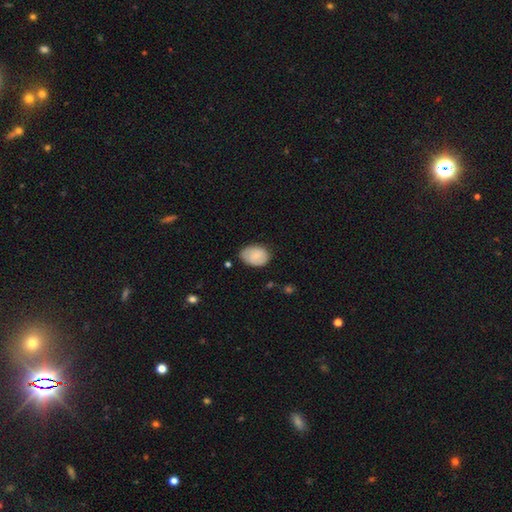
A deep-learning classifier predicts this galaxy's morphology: This is likely a smooth galaxy (75%). How rounded: likely in between (78%). Merging: likely none (67%).